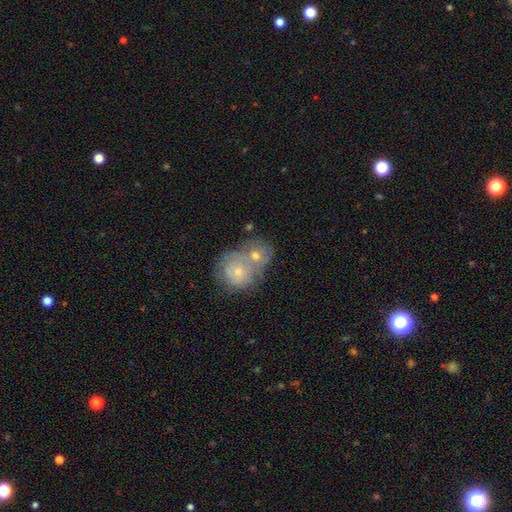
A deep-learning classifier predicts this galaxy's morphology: Smooth or featured: smooth — 53% (featured or disk — 39%)
How rounded: round — 72% (in between — 27%)
Merging: merger — 66% (none — 22%)